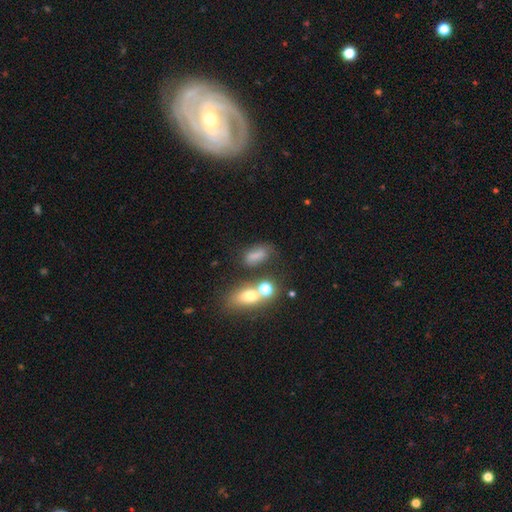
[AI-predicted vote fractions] smooth 70%, star or artifact 17%, featured or disk 13%. Down the decision tree: how rounded — in between (75%); merging — none (50%).